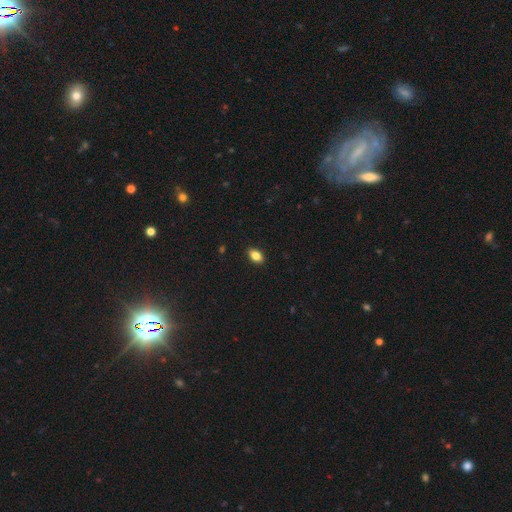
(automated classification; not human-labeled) A smooth galaxy with no disk features (82%) that is in between round and cigar-shaped (86%). Merging: none (88%).